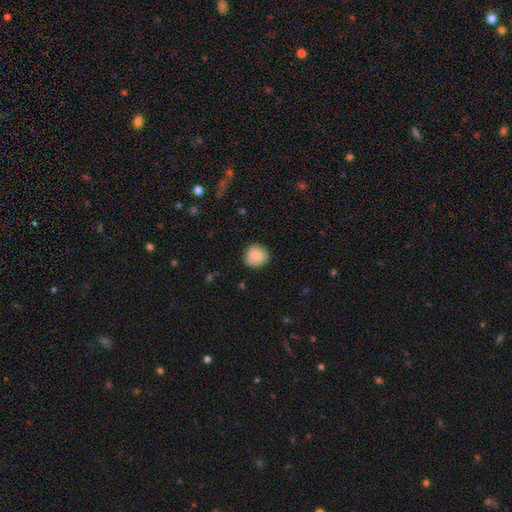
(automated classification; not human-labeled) Q: Smooth or featured?
A: smooth (87%); runner-up: star or artifact (7%)
Q: How rounded?
A: round (89%); runner-up: in between (10%)
Q: Merging?
A: none (86%); runner-up: minor disturbance (11%)